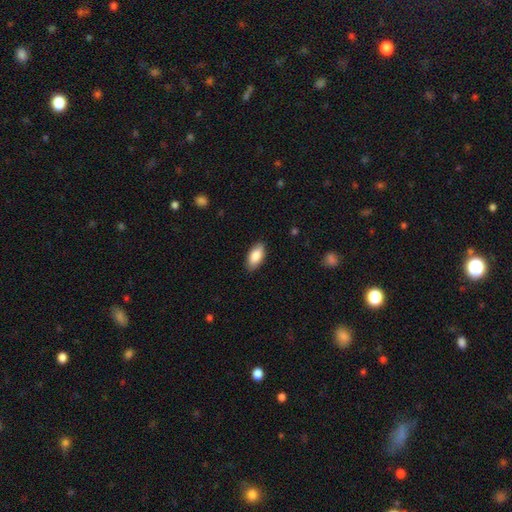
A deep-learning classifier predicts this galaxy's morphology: This appears to be a smooth galaxy with no disk features (86%) that is in between round and cigar-shaped (92%). Merging: none (87%).